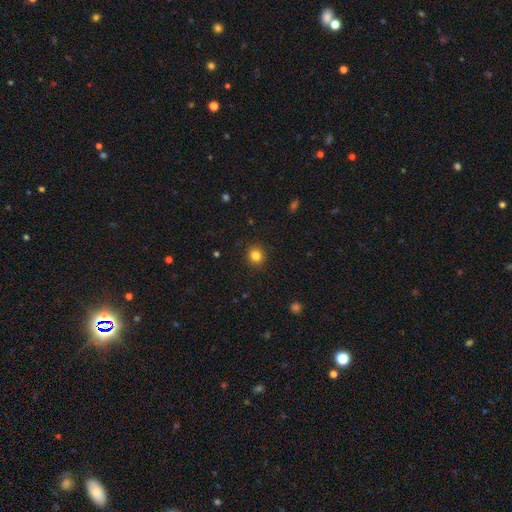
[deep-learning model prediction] A smooth galaxy with no disk features (83%) that is round (88%).

Vote fractions:
- Smooth or featured? smooth: 83% / star or artifact: 12% / featured or disk: 5%
- How rounded? round: 88% / in between: 11% / cigar-shaped: 1%
- Merging? none: 91% / minor disturbance: 6% / major disturbance: 2% / merger: 1%